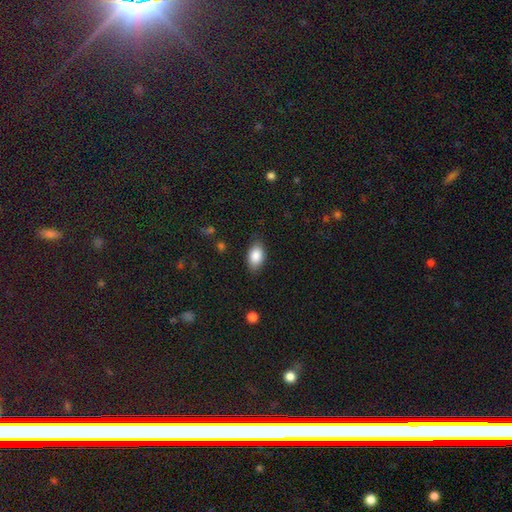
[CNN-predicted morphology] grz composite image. It shows a smooth galaxy with no disk features (87%) that is in between round and cigar-shaped (92%). Merging: none (83%).